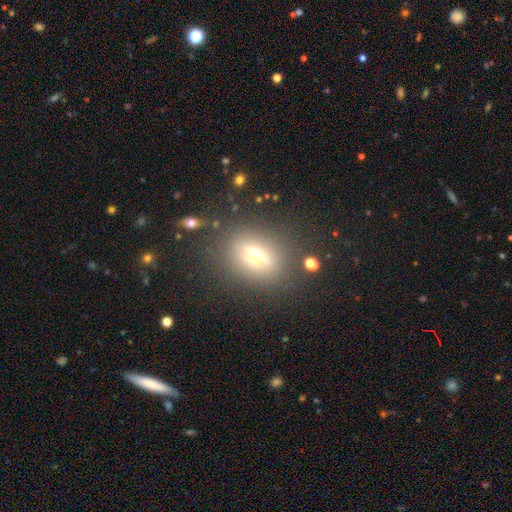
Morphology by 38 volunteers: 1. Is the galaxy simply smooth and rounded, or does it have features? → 74% featured or disk, 21% smooth, 5% star or artifact.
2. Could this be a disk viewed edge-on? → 64% yes, 36% no.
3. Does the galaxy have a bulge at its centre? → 100% rounded, 0% boxy, 0% none.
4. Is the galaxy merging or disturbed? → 75% none, 14% minor disturbance, 11% major disturbance, 0% merger.